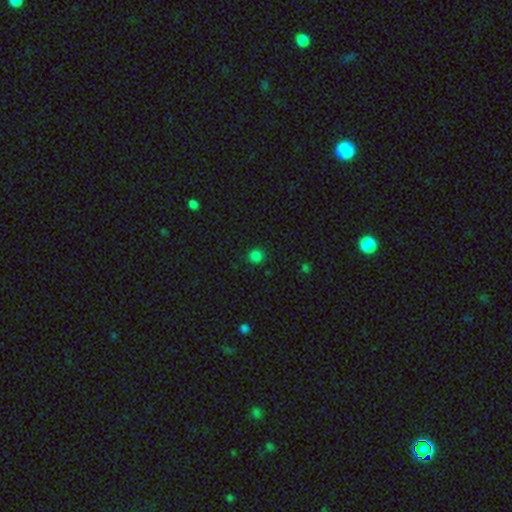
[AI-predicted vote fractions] This is clearly a smooth galaxy (82%). How rounded: clearly round (91%). Merging: clearly none (90%).